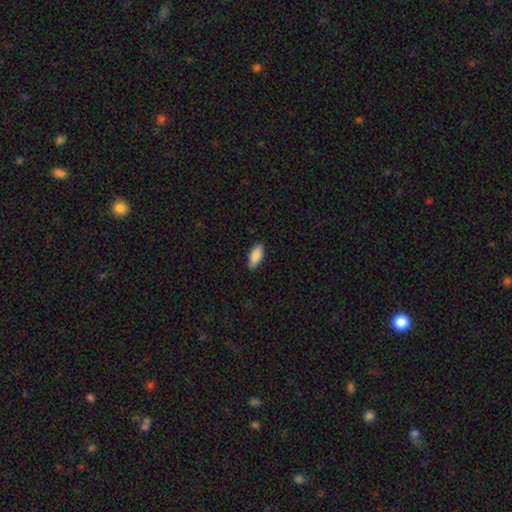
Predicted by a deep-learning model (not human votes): A smooth galaxy with no disk features (89%) that is in between round and cigar-shaped (86%).

Vote fractions:
- Smooth or featured? smooth: 89% / star or artifact: 6% / featured or disk: 5%
- How rounded? in between: 86% / cigar-shaped: 12% / round: 2%
- Merging? none: 88% / minor disturbance: 9% / major disturbance: 2% / merger: 1%